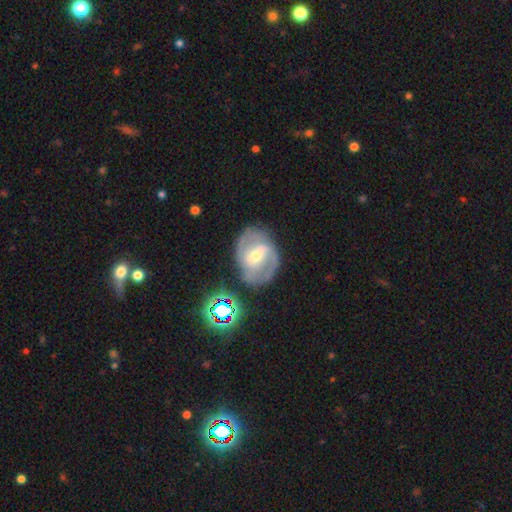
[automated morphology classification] Smooth or featured? Predicted: featured or disk (p=0.80). Edge-on disk? Predicted: no (p=0.97). Bar? Predicted: weak (p=0.48). Spiral arms? Predicted: yes (p=0.91). Spiral winding? Predicted: medium (p=0.48). Spiral arm count? Predicted: 2 (p=0.78). Bulge size? Predicted: moderate (p=0.55). Merging? Predicted: none (p=0.73).